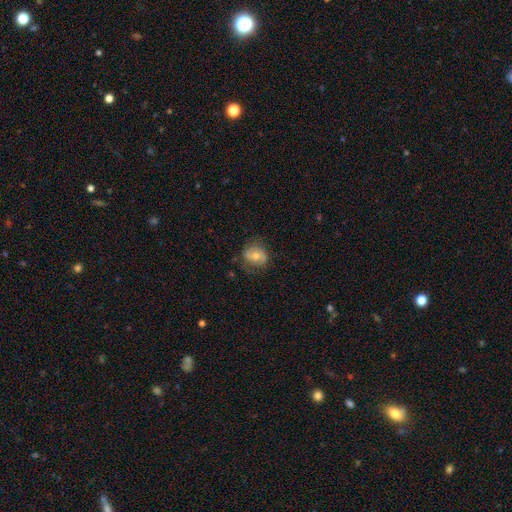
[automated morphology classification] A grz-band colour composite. It shows a smooth galaxy with no disk features (56%) that is round (67%). Merging: none (70%).